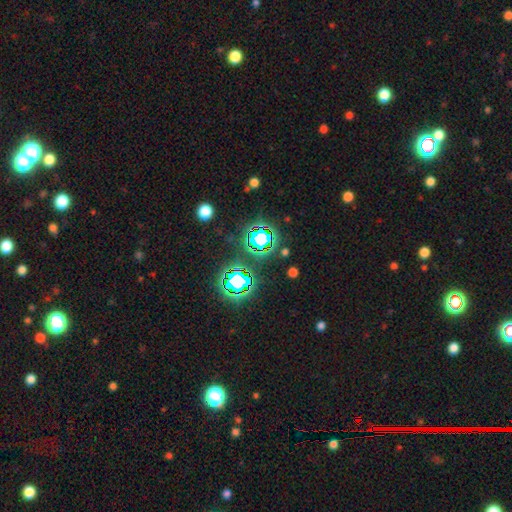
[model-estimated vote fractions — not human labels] Smooth or featured: star or artifact — 80% (smooth — 13%)